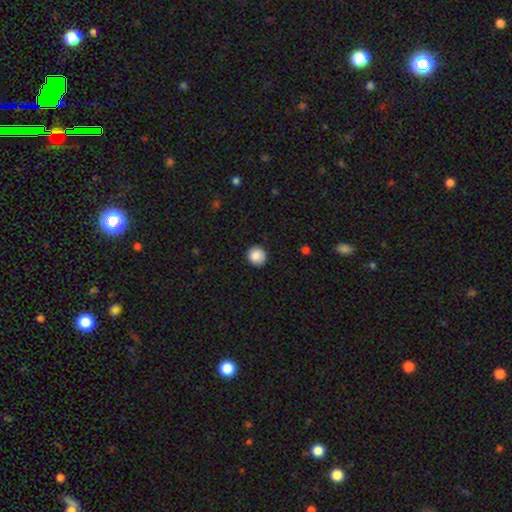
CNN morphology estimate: smooth-or-featured: smooth: 87% | star or artifact: 9% | featured or disk: 4%
  how-rounded: round: 93% | in between: 6% | cigar-shaped: 1%
  merging: none: 91% | minor disturbance: 7% | major disturbance: 2% | merger: 1%